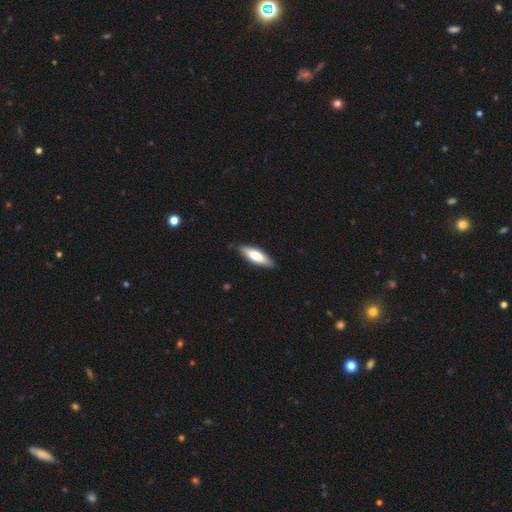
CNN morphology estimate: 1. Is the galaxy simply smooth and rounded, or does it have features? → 66% smooth, 28% featured or disk, 5% star or artifact.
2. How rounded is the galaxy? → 50% cigar-shaped, 49% in between, 2% round.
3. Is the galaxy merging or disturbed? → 85% none, 12% minor disturbance, 2% major disturbance, 1% merger.